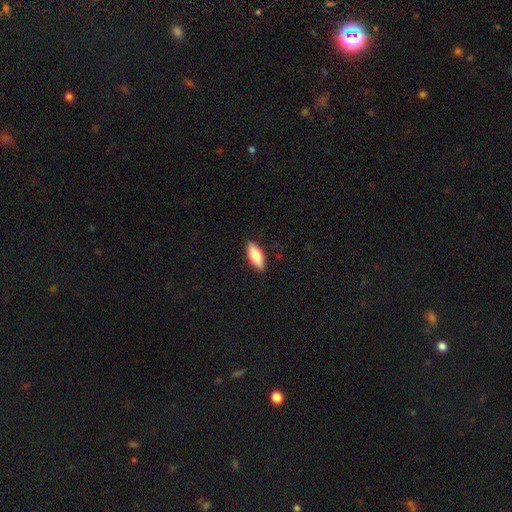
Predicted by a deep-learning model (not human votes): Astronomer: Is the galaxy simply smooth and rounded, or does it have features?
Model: smooth — 81%.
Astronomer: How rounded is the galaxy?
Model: in between — 70%.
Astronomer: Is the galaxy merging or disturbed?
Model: none — 88%.